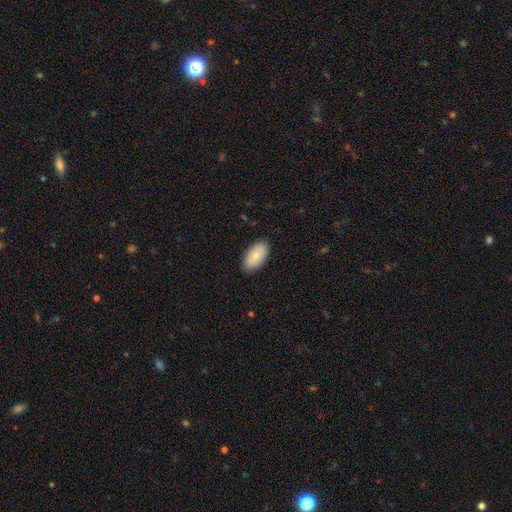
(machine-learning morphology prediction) type=smooth (77%); roundness=in between (95%); merging=none (87%).